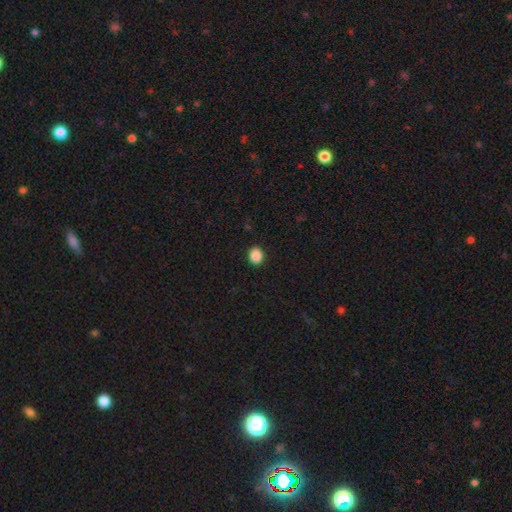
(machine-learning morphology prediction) smooth-or-featured: smooth: 88% | star or artifact: 9% | featured or disk: 2%
  how-rounded: round: 63% | in between: 36% | cigar-shaped: 1%
  merging: none: 91% | minor disturbance: 6% | major disturbance: 2% | merger: 1%